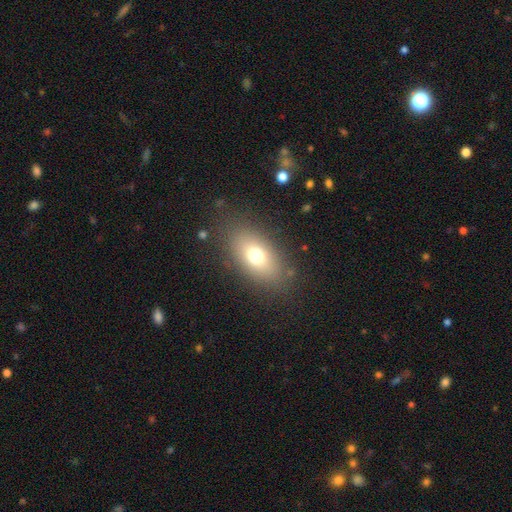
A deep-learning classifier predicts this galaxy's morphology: smooth 71%, featured or disk 17%, star or artifact 12%. Down the decision tree: how rounded — in between (84%); merging — none (83%).